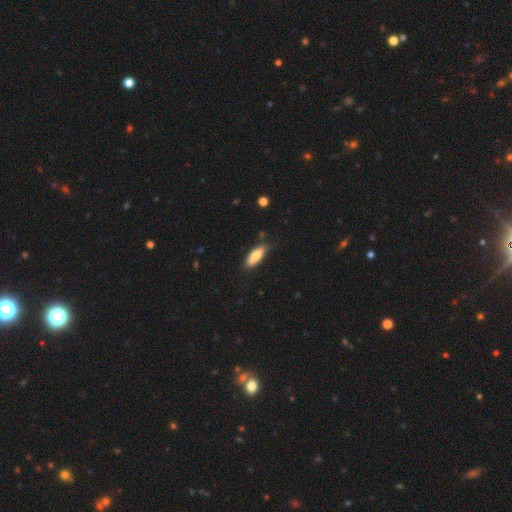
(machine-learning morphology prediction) This is likely a smooth galaxy (75%). How rounded: likely in between (60%). Merging: clearly none (81%).